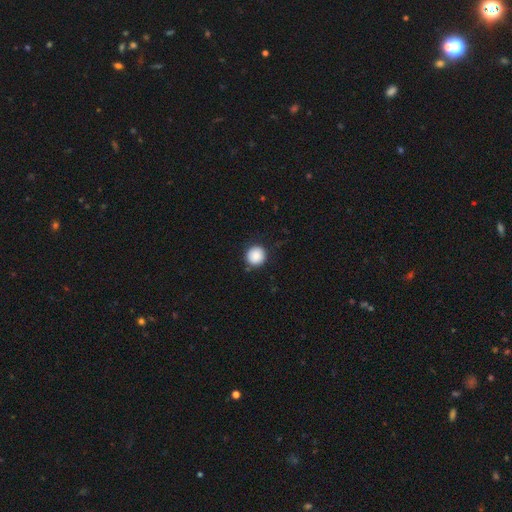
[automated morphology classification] smooth-or-featured: smooth: 88% | star or artifact: 8% | featured or disk: 4%
  how-rounded: round: 94% | in between: 5% | cigar-shaped: 1%
  merging: none: 87% | minor disturbance: 9% | major disturbance: 2% | merger: 1%